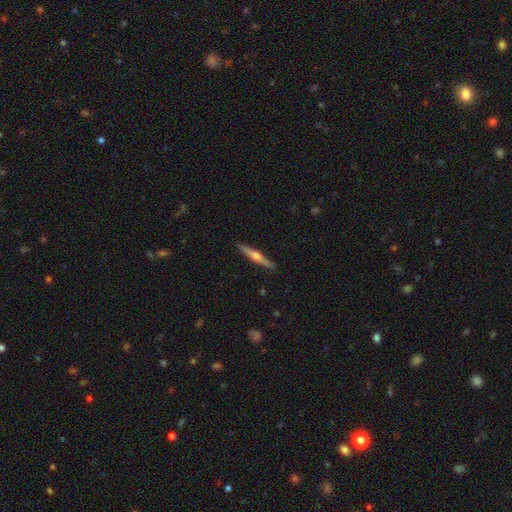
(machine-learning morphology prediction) Smooth or featured: featured or disk — 66% (smooth — 28%)
Edge-on disk: yes — 98% (no — 2%)
Edge-on bulge: rounded — 85% (boxy — 9%)
Merging: none — 91% (minor disturbance — 7%)